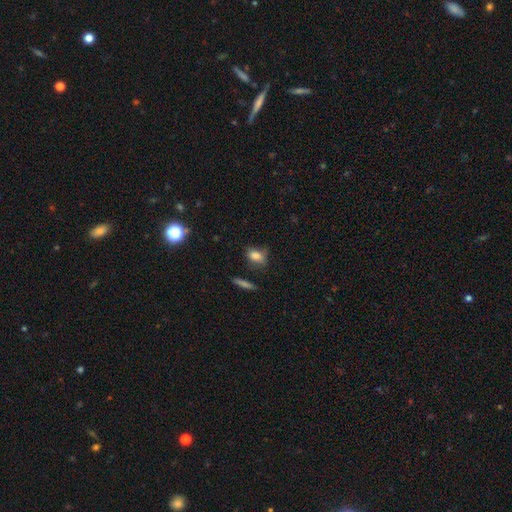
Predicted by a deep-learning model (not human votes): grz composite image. It shows a smooth galaxy with no disk features (82%) that is in between round and cigar-shaped (77%). Merging: none (69%).